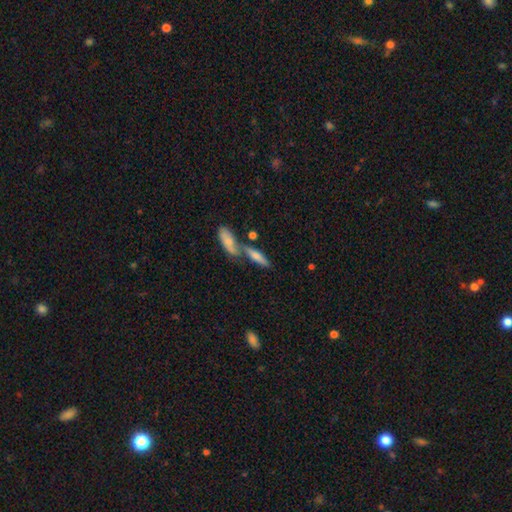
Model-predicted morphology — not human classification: type=smooth (46%); merging=merger (48%).